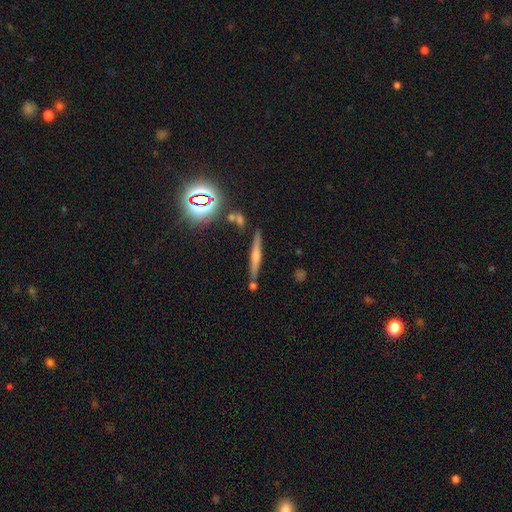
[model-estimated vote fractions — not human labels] Q: Smooth or featured?
A: featured or disk (55%); runner-up: smooth (29%)
Q: Edge-on disk?
A: yes (95%); runner-up: no (5%)
Q: Edge-on bulge?
A: rounded (71%); runner-up: none (17%)
Q: Merging?
A: none (80%); runner-up: minor disturbance (10%)